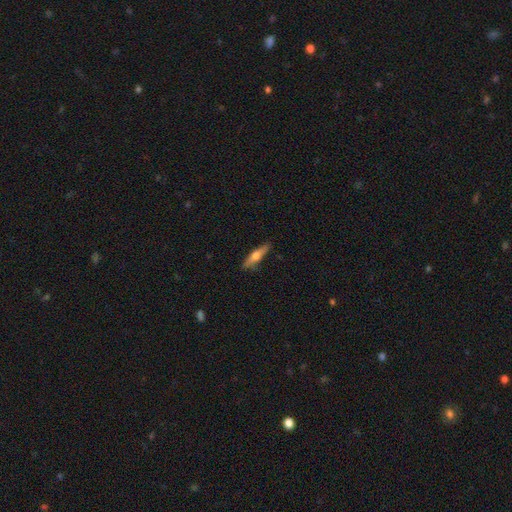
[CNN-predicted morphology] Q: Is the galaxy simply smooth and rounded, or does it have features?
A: featured or disk — 51%.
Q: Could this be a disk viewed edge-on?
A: yes — 95%.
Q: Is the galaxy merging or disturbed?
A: none — 86%.